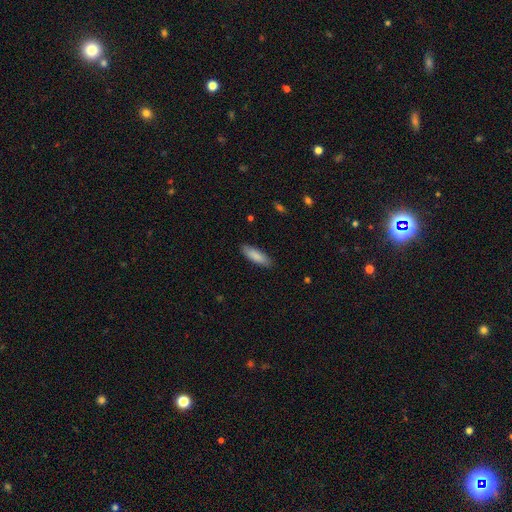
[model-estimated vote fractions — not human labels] Smooth or featured? smooth (87%)
How rounded? cigar-shaped (50%)
Merging? none (87%)